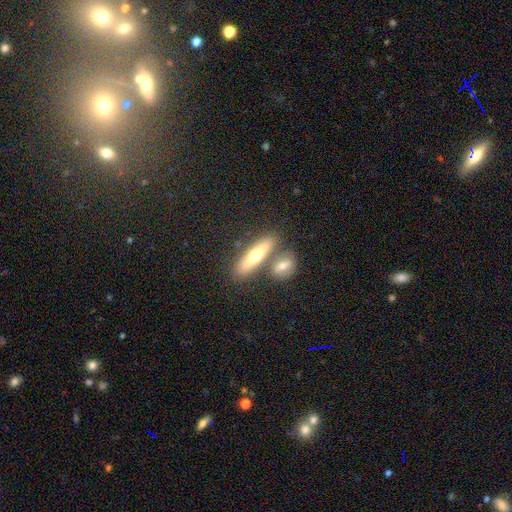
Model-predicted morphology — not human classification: The model was most divided on "smooth or featured": smooth: 55%, featured or disk: 39%, star or artifact: 6%. More confident: how rounded — cigar-shaped (64%); merging — none (61%).